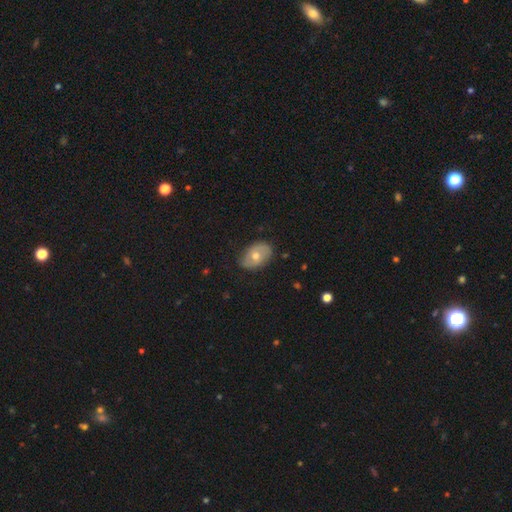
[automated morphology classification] type=smooth (58%); roundness=in between (83%); merging=none (77%).